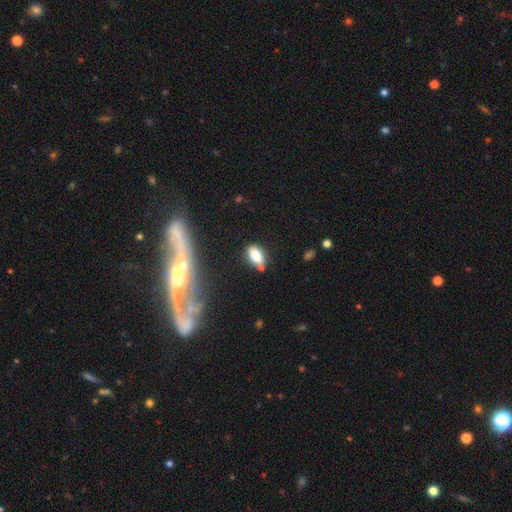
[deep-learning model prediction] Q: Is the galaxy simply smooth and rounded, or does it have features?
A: smooth — 79%.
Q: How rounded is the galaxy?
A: in between — 88%.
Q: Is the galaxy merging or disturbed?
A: none — 71%.